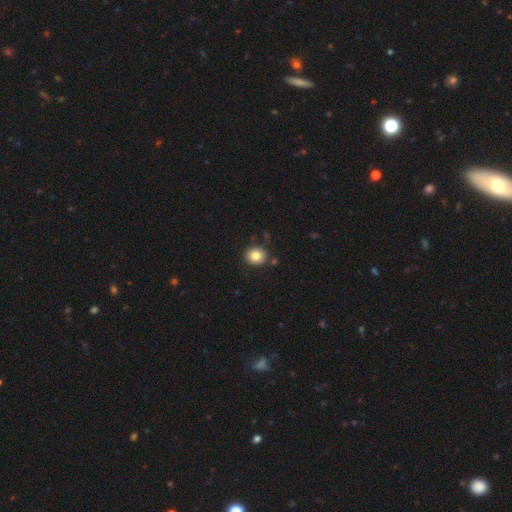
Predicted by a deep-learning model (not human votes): This is clearly a smooth galaxy (84%). How rounded: likely round (77%). Merging: clearly none (84%).